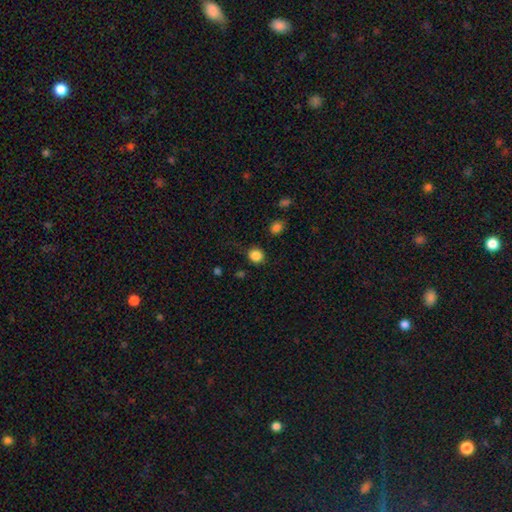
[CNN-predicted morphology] This is clearly a smooth galaxy (85%). How rounded: clearly round (86%). Merging: clearly none (83%).